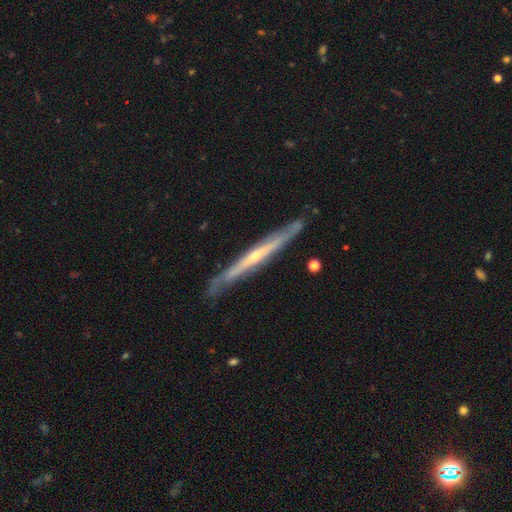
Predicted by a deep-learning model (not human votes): Smooth or featured? Predicted: featured or disk (p=0.77). Edge-on disk? Predicted: yes (p=0.93). Edge-on bulge? Predicted: rounded (p=0.60). Merging? Predicted: none (p=0.82).